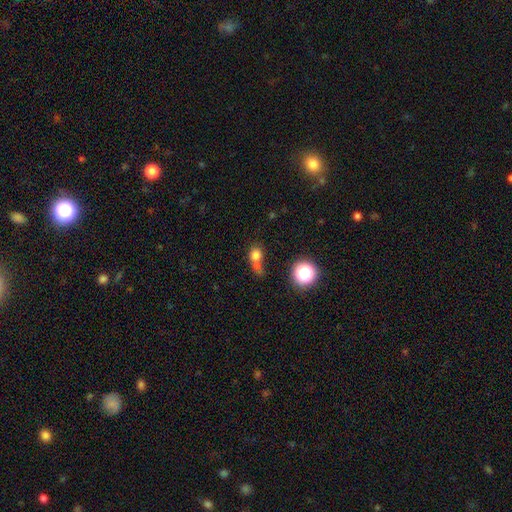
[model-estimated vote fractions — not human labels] A smooth galaxy with no disk features (72%) that is round (77%). Merging: merger (49%).